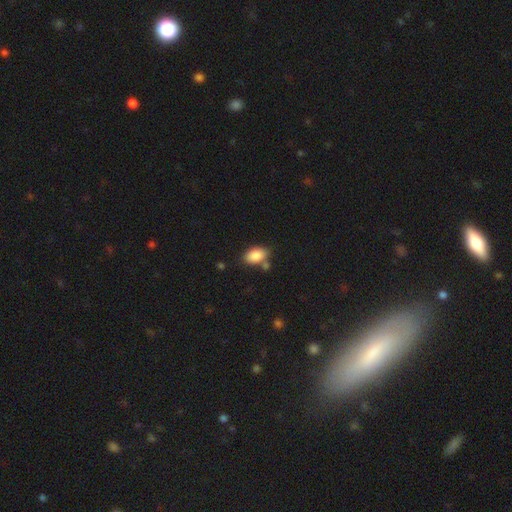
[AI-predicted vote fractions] smooth 87%, star or artifact 7%, featured or disk 6%. Down the decision tree: how rounded — in between (90%); merging — none (70%).